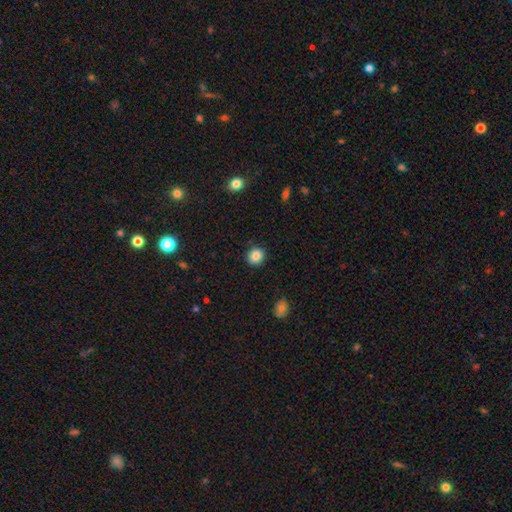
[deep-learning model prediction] A smooth galaxy with no disk features (86%) that is round (83%). Merging: none (89%).